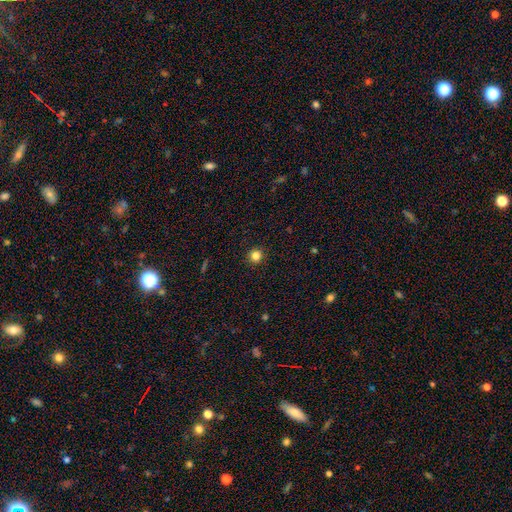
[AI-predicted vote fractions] Q: Smooth or featured?
A: smooth (83%); runner-up: star or artifact (12%)
Q: How rounded?
A: round (95%); runner-up: in between (4%)
Q: Merging?
A: none (92%); runner-up: minor disturbance (5%)